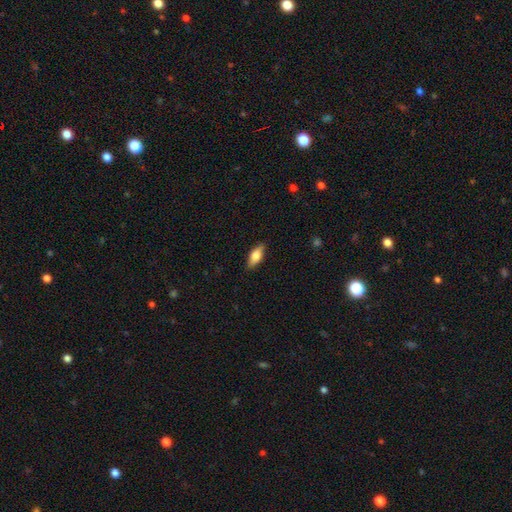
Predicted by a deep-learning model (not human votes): Smooth or featured? smooth (72%)
How rounded? in between (75%)
Merging? none (87%)